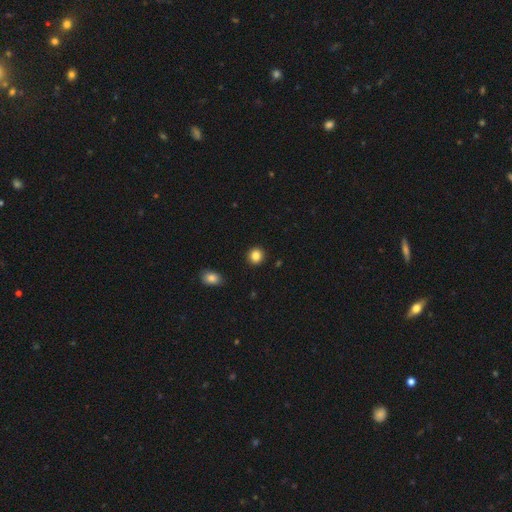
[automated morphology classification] Smooth or featured?
  - smooth: 86% *
  - star or artifact: 10%
  - featured or disk: 4%
How rounded?
  - round: 88% *
  - in between: 11%
  - cigar-shaped: 1%
Merging?
  - none: 92% *
  - minor disturbance: 5%
  - major disturbance: 2%
  - merger: 1%